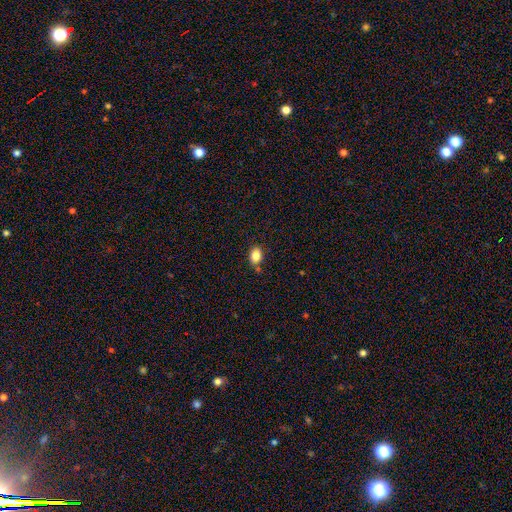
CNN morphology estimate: This appears to be a smooth galaxy with no disk features (85%) that is in between round and cigar-shaped (71%). Merging: none (79%).